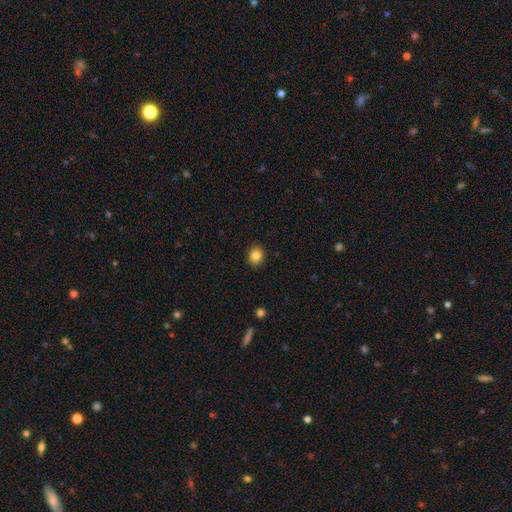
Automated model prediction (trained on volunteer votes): This appears to be a smooth galaxy with no disk features (84%) that is round (68%). Merging: none (91%).